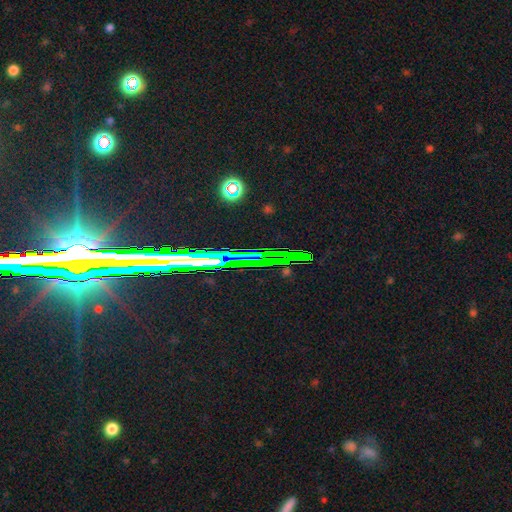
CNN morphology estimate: Overall: star or artifact (79%).